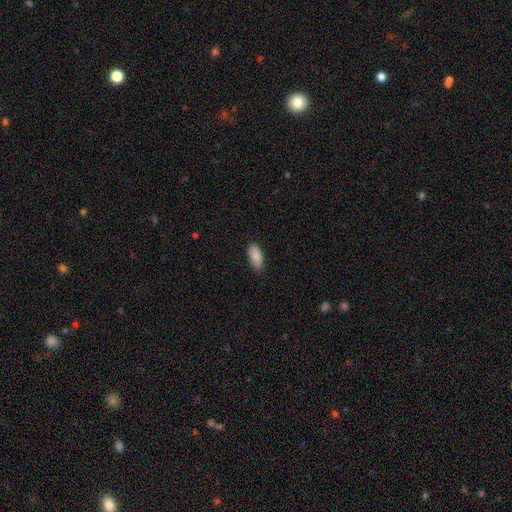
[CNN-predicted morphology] This is clearly a smooth galaxy (88%). How rounded: clearly in between (91%). Merging: clearly none (85%).